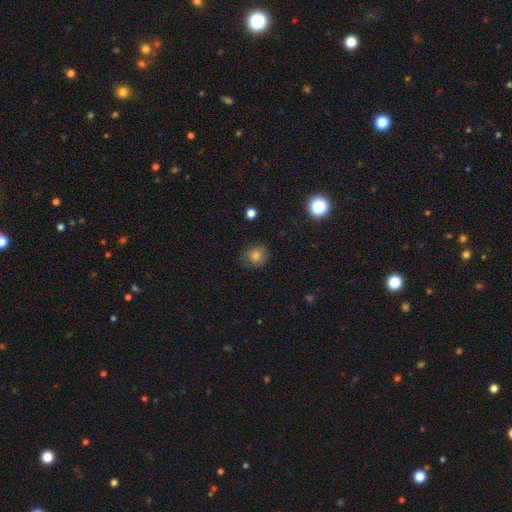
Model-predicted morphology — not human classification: This is likely a smooth galaxy (80%). How rounded: likely round (78%). Merging: likely none (78%).